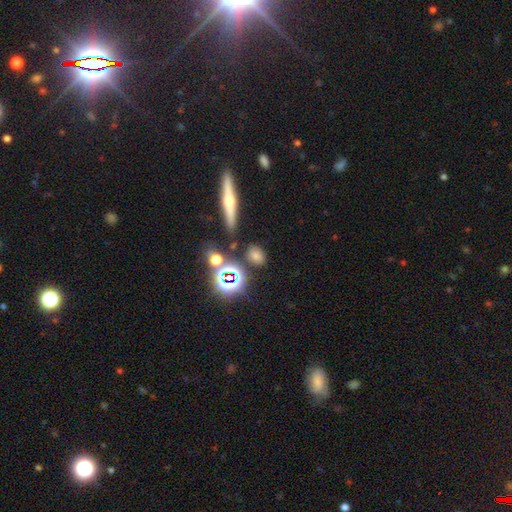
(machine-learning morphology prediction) Smooth or featured?
  - smooth: 67% *
  - star or artifact: 23%
  - featured or disk: 11%
How rounded?
  - in between: 62% *
  - round: 32%
  - cigar-shaped: 5%
Merging?
  - none: 80% *
  - minor disturbance: 11%
  - merger: 6%
  - major disturbance: 4%